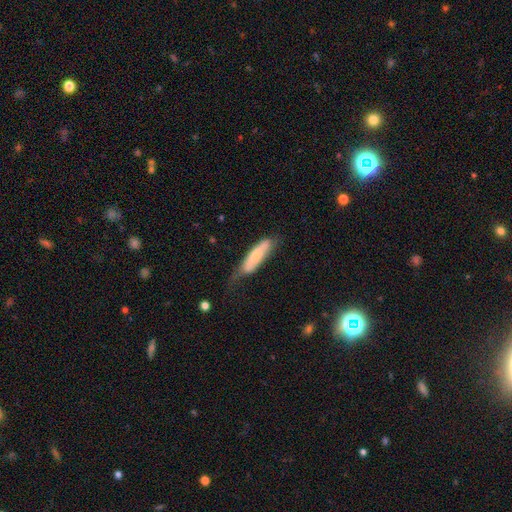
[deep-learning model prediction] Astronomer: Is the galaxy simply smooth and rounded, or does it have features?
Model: smooth — 66%.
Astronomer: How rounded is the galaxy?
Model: cigar-shaped — 66%.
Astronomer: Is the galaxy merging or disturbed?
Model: none — 44% (runner-up: minor disturbance, 35%).